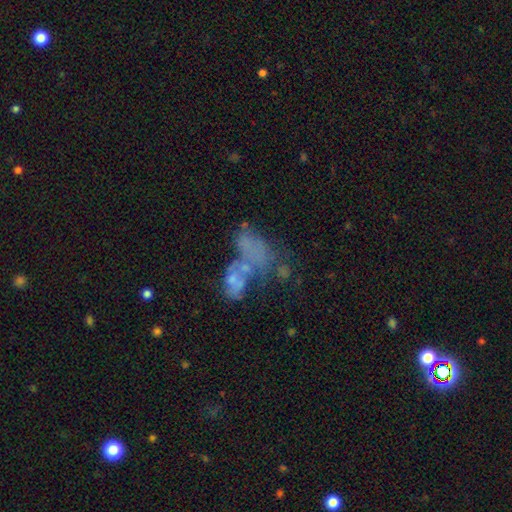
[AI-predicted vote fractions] Morphology: type=featured or disk (47%); merging=merger (46%).